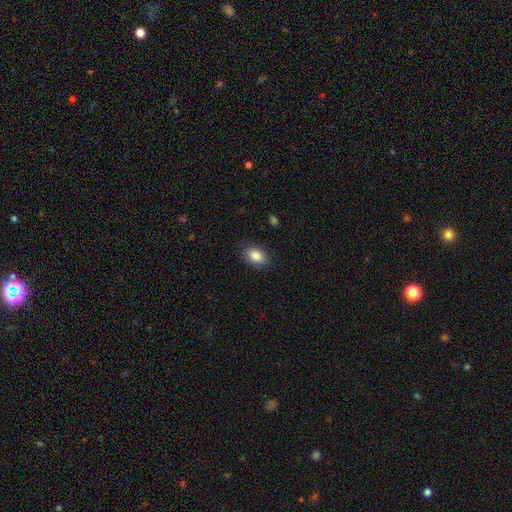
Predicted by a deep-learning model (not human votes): Smooth or featured? Predicted: smooth (p=0.88). How rounded? Predicted: in between (p=0.81). Merging? Predicted: none (p=0.85).